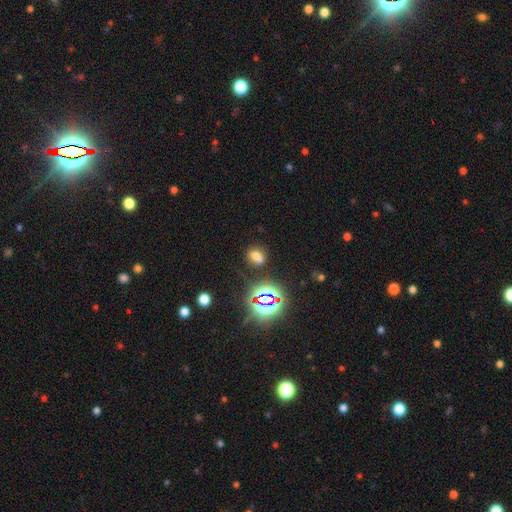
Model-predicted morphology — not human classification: Q: Smooth or featured?
A: smooth (59%); runner-up: star or artifact (29%)
Q: How rounded?
A: in between (57%); runner-up: round (41%)
Q: Merging?
A: none (66%); runner-up: merger (15%)